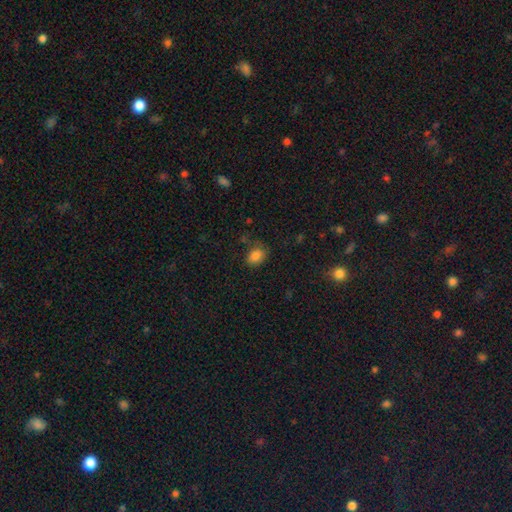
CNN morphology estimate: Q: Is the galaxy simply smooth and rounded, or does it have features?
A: smooth — 83%.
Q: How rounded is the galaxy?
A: in between — 75%.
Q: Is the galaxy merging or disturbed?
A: none — 70%.